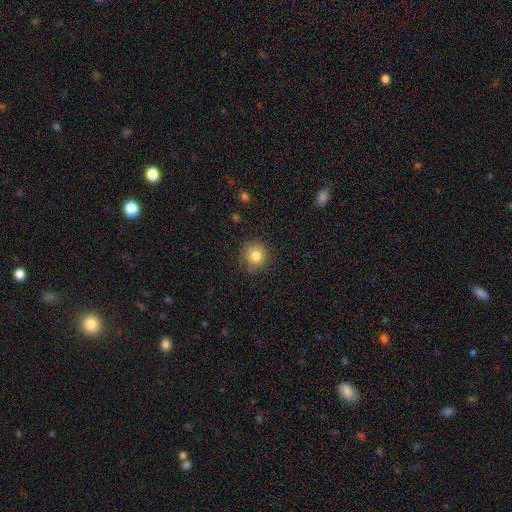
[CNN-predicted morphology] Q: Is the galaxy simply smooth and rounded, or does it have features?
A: smooth — 82%.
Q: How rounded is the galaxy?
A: round — 89%.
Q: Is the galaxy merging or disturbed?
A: none — 82%.